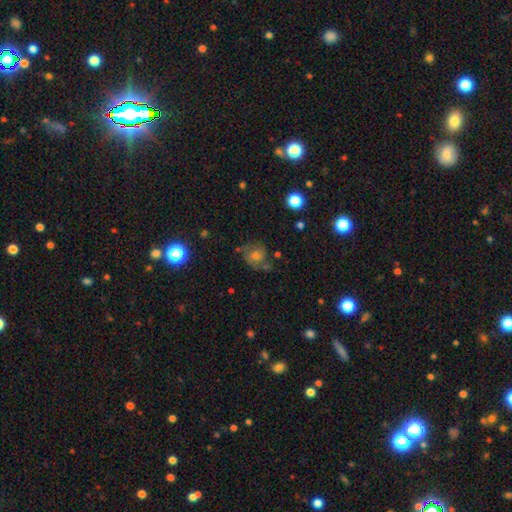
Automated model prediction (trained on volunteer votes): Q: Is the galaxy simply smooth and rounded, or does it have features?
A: smooth — 46%.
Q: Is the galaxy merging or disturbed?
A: none — 60%.